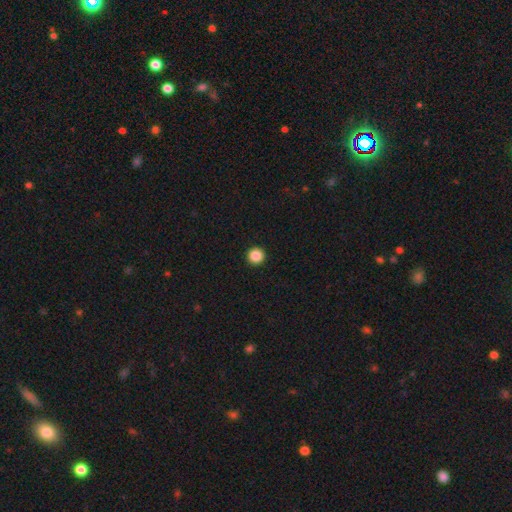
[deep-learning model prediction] Smooth or featured? Predicted: smooth (p=0.87). How rounded? Predicted: round (p=0.96). Merging? Predicted: none (p=0.94).